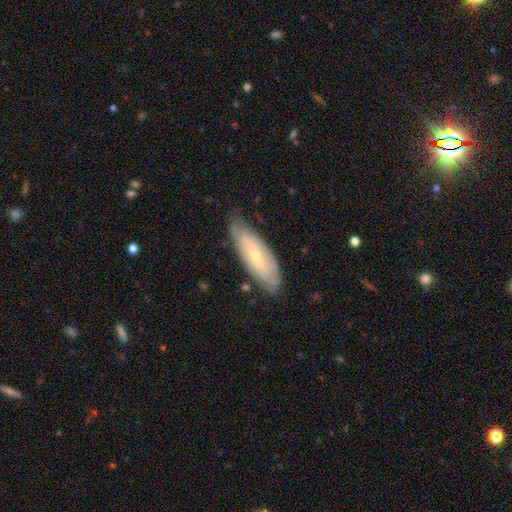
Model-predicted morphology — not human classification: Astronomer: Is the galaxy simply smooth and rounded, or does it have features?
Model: featured or disk — 58% (runner-up: smooth, 36%).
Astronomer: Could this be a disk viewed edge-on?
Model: no — 74%.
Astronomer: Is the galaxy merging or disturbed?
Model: none — 77%.